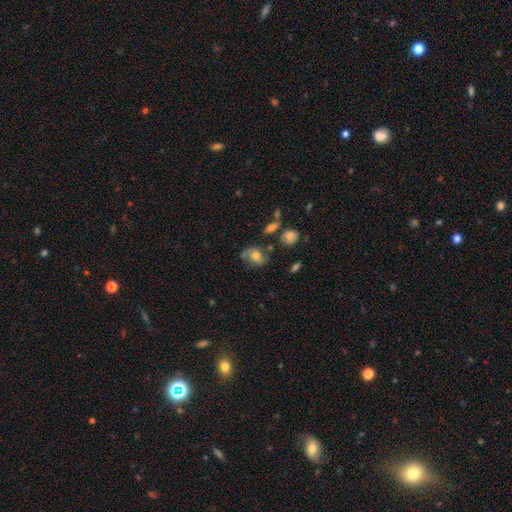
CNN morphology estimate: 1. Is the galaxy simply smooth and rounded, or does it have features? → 50% smooth, 38% featured or disk, 11% star or artifact.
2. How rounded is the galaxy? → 50% round, 48% in between, 2% cigar-shaped.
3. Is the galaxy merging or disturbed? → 62% none, 22% minor disturbance, 8% major disturbance, 7% merger.